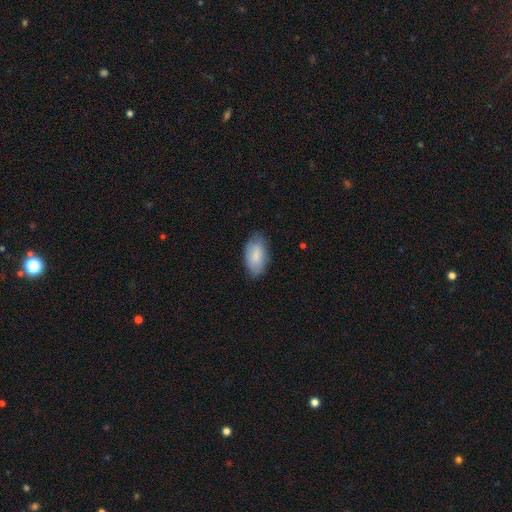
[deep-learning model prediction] smooth 84%, featured or disk 10%, star or artifact 6%. Down the decision tree: how rounded — in between (94%); merging — none (78%).